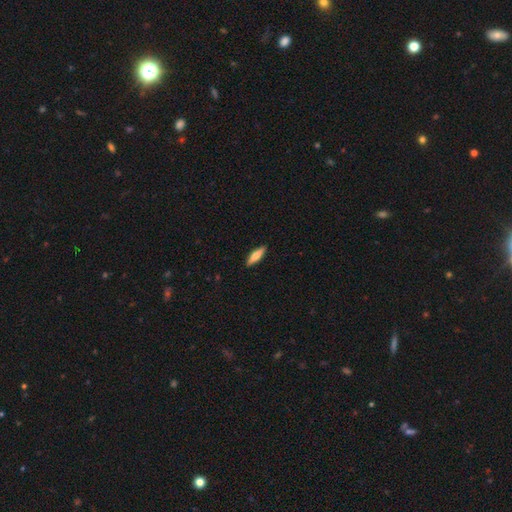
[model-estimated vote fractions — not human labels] The model was most divided on "smooth or featured": smooth: 64%, featured or disk: 30%, star or artifact: 6%. More confident: merging — none (90%); how rounded — cigar-shaped (67%).